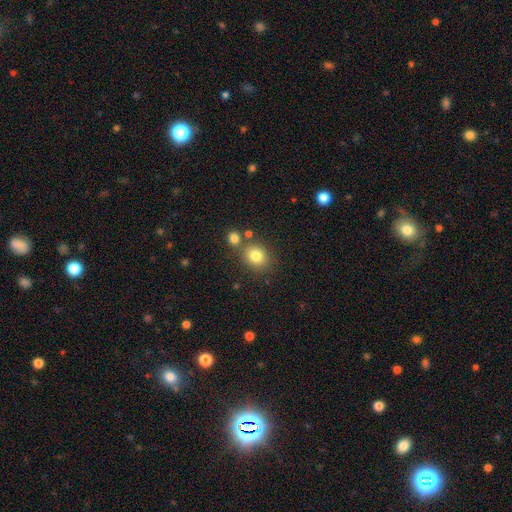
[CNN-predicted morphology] smooth 80%, star or artifact 12%, featured or disk 8%. Down the decision tree: how rounded — round (72%); merging — none (71%).